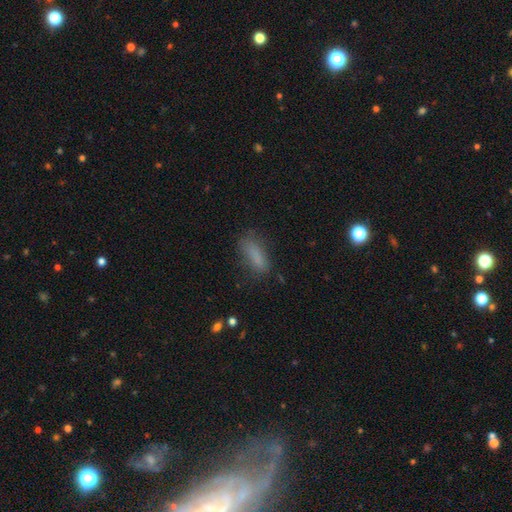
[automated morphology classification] A smooth galaxy with no disk features (79%) that is in between round and cigar-shaped (60%).

Vote fractions:
- Smooth or featured? smooth: 79% / star or artifact: 12% / featured or disk: 9%
- How rounded? in between: 60% / cigar-shaped: 37% / round: 3%
- Merging? none: 66% / minor disturbance: 22% / major disturbance: 10% / merger: 2%